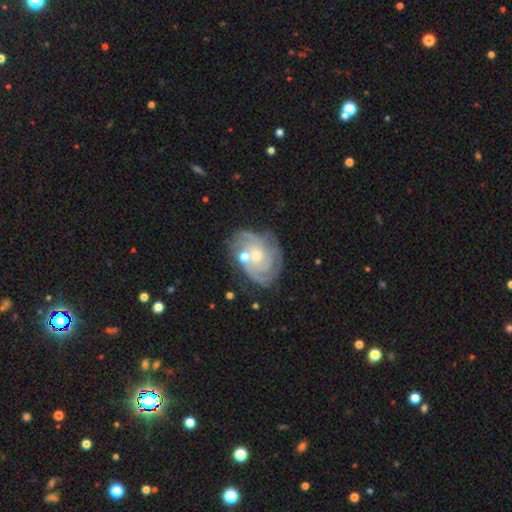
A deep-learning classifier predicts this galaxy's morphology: Smooth or featured? Predicted: featured or disk (p=0.83). Edge-on disk? Predicted: no (p=0.97). Bar? Predicted: no (p=0.72). Spiral arms? Predicted: yes (p=0.95). Spiral winding? Predicted: tight (p=0.70). Spiral arm count? Predicted: 3 (p=0.29). Bulge size? Predicted: small (p=0.50). Merging? Predicted: none (p=0.64).